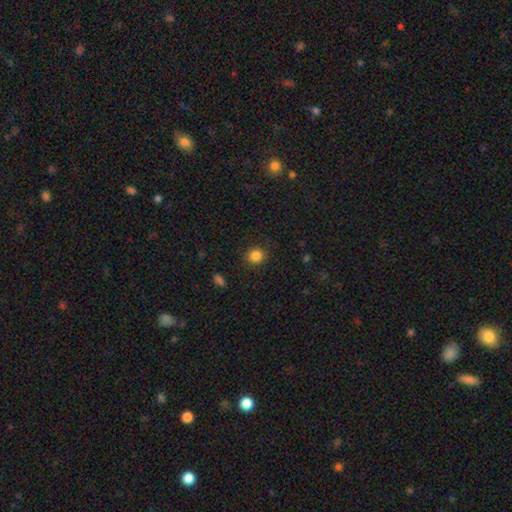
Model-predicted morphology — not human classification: This appears to be a smooth galaxy with no disk features (85%) that is round (87%). Merging: none (89%).